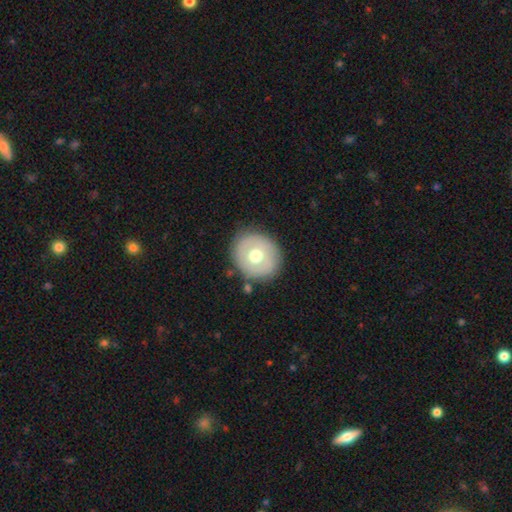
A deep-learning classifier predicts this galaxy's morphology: smooth 56%, featured or disk 36%, star or artifact 7%. Down the decision tree: how rounded — round (85%); merging — none (84%).